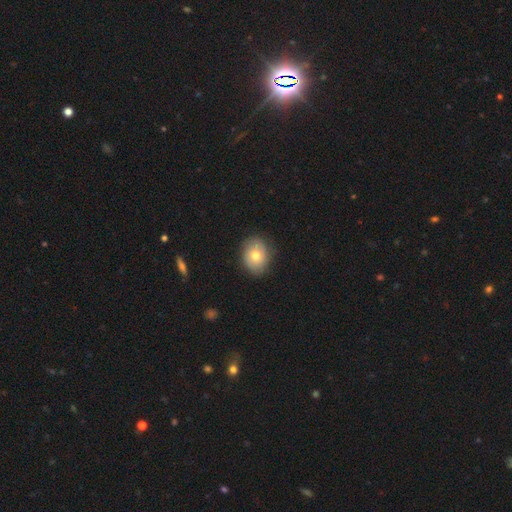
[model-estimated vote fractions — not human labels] Smooth or featured?
  - smooth: 67% *
  - featured or disk: 24%
  - star or artifact: 8%
How rounded?
  - round: 50% *
  - in between: 49%
  - cigar-shaped: 1%
Merging?
  - none: 81% *
  - minor disturbance: 14%
  - major disturbance: 3%
  - merger: 1%